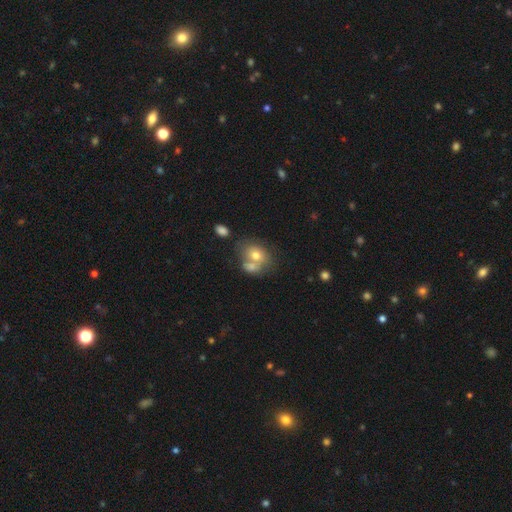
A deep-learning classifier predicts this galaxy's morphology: smooth_or_featured: smooth (p=0.69) [alt: featured or disk p=0.22]
how_rounded: in between (p=0.52) [alt: round p=0.47]
merging: merger (p=0.52) [alt: none p=0.32]